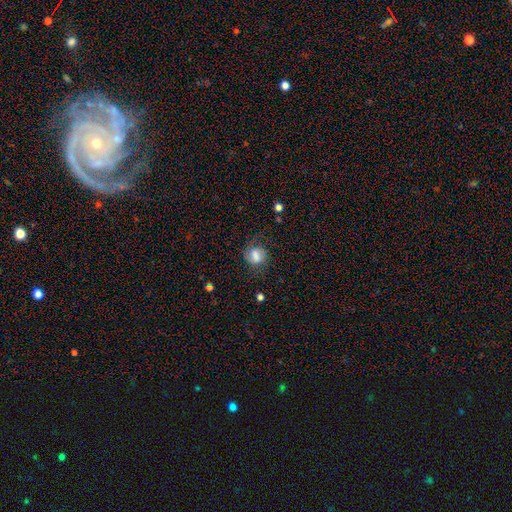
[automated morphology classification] A smooth galaxy with no disk features (59%) that is round (56%). Merging: none (56%).